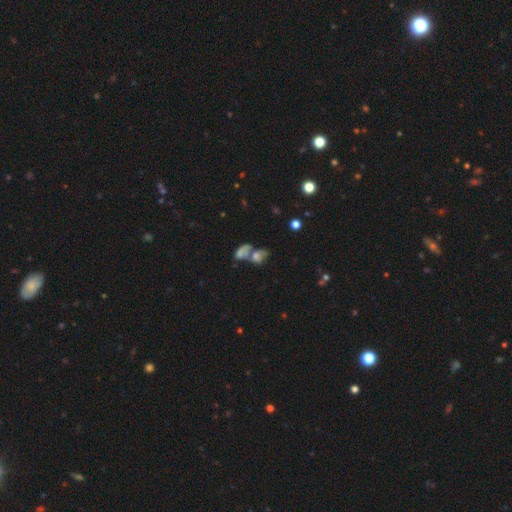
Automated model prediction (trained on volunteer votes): Smooth or featured: smooth — 46% (featured or disk — 31%)
Merging: merger — 57% (none — 26%)